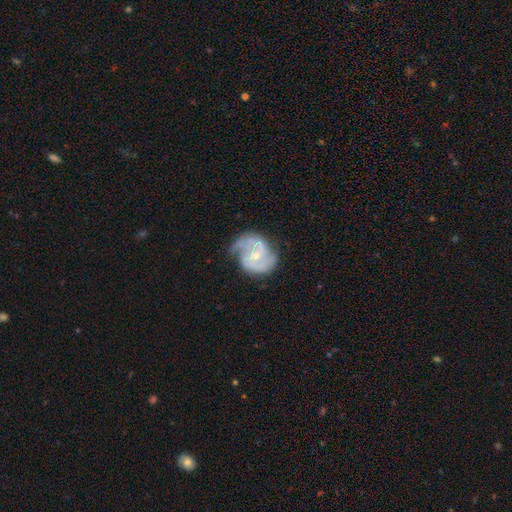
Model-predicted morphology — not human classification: type=featured or disk (84%); edge-on=no (98%); bar=no (56%); spiral arms=yes (95%); winding=medium (49%); arm count=2 (72%); bulge=small (60%); merging=none (60%).